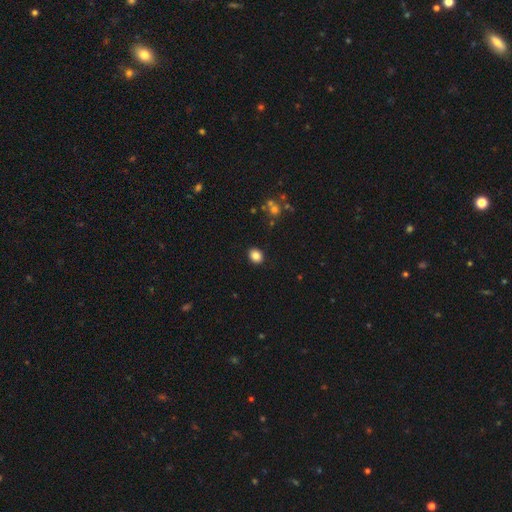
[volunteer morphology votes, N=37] A smooth galaxy with no disk features (92%) that is round (65%).

Vote fractions:
- Smooth or featured? smooth: 92% / featured or disk: 5% / star or artifact: 3%
- How rounded? round: 65% / in between: 32% / cigar-shaped: 3%
- Merging? none: 83% / major disturbance: 11% / minor disturbance: 3% / merger: 3%